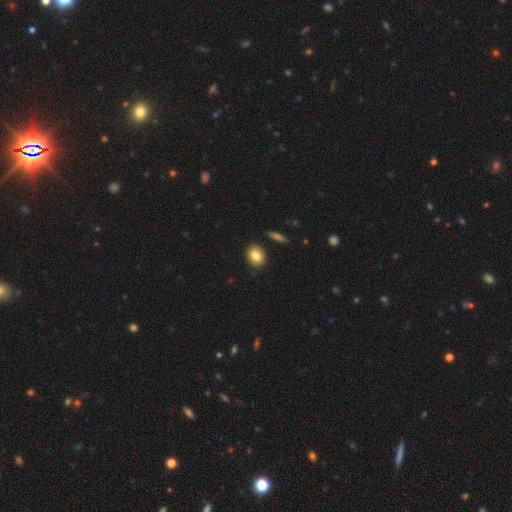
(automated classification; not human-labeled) The model was most divided on "how rounded": in between: 51%, round: 47%, cigar-shaped: 1%. More confident: merging — none (87%); smooth or featured — smooth (83%).